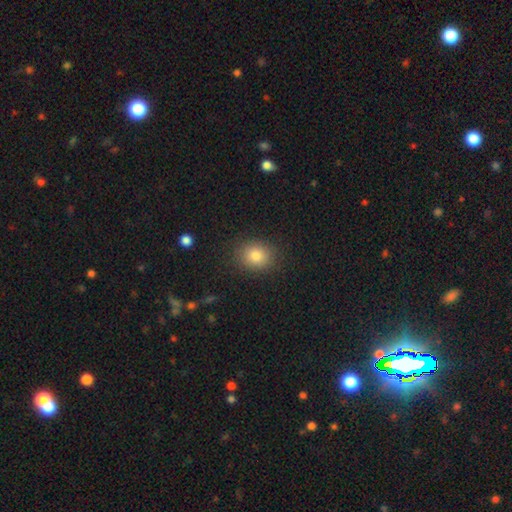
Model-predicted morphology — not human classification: smooth 82%, star or artifact 11%, featured or disk 7%. Down the decision tree: how rounded — round (67%); merging — none (87%).